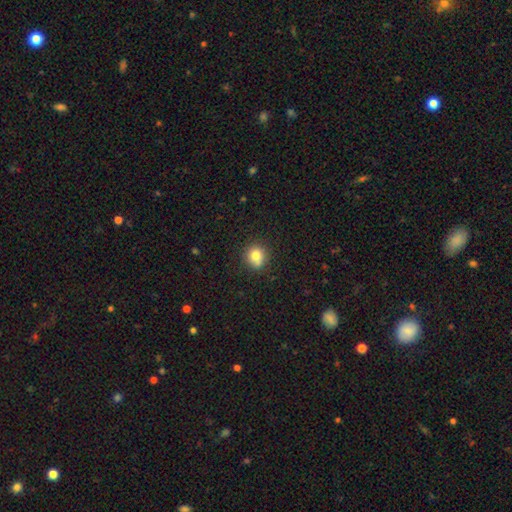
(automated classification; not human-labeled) smooth_or_featured: smooth (p=0.78) [alt: star or artifact p=0.12]
how_rounded: round (p=0.84) [alt: in between p=0.15]
merging: none (p=0.70) [alt: minor disturbance p=0.16]